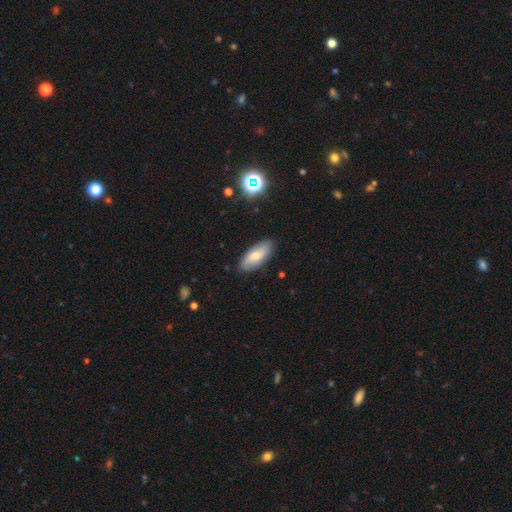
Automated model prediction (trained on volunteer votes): This appears to be a smooth galaxy with no disk features (61%) that is in between round and cigar-shaped (84%). Merging: none (84%).